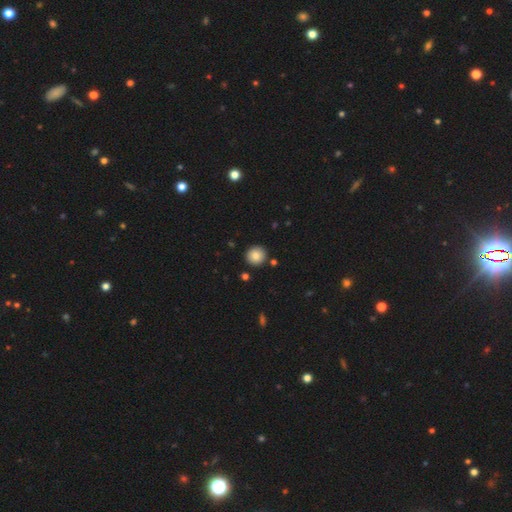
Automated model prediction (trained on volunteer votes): This appears to be a smooth galaxy with no disk features (83%) that is round (92%). Merging: none (90%).